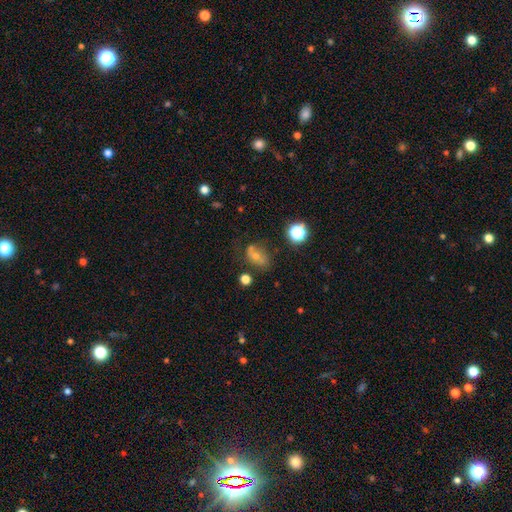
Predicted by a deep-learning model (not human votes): The model was most divided on "smooth or featured": smooth: 52%, featured or disk: 31%, star or artifact: 17%. Remaining: how rounded — in between (76%); merging — none (48%).